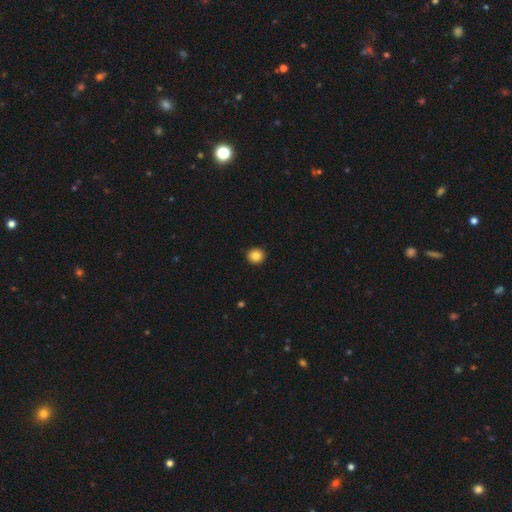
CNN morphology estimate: Smooth or featured: smooth — 85% (star or artifact — 10%)
How rounded: round — 93% (in between — 6%)
Merging: none — 93% (minor disturbance — 5%)